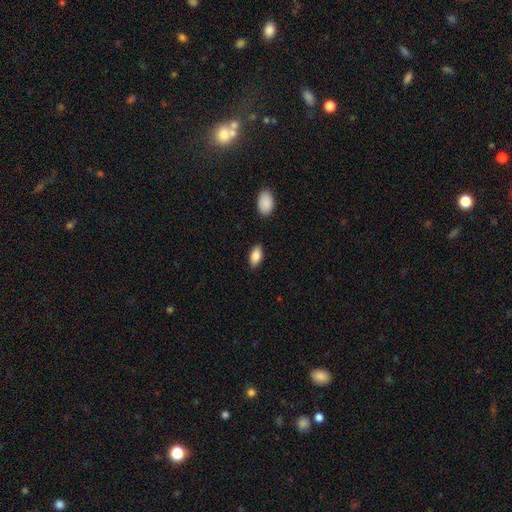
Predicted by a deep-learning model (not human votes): smooth-or-featured: smooth: 85% | featured or disk: 8% | star or artifact: 7%
  how-rounded: in between: 92% | cigar-shaped: 5% | round: 3%
  merging: none: 87% | minor disturbance: 10% | major disturbance: 2% | merger: 2%